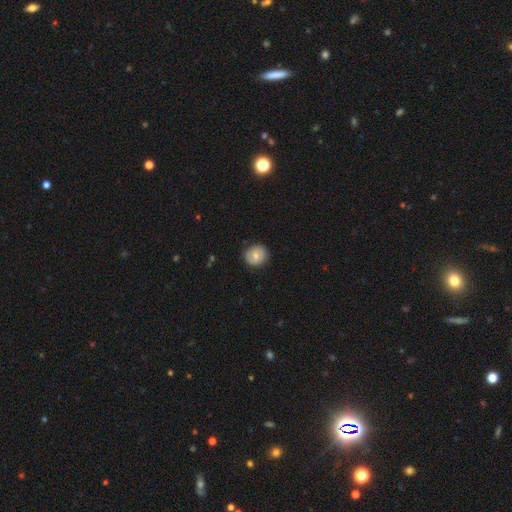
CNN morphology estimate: Q: Smooth or featured?
A: smooth (65%); runner-up: featured or disk (27%)
Q: How rounded?
A: round (84%); runner-up: in between (15%)
Q: Merging?
A: none (83%); runner-up: minor disturbance (13%)